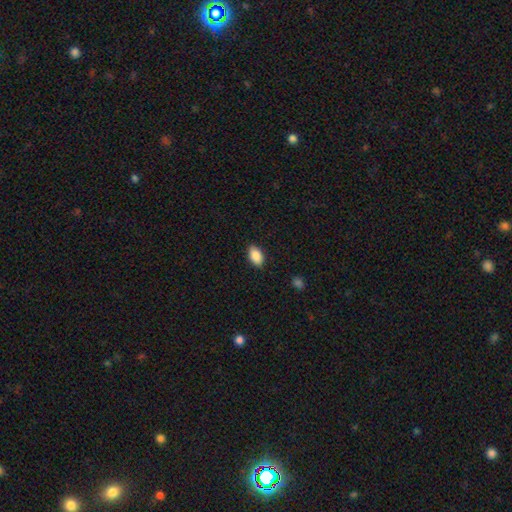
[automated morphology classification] Q: Smooth or featured?
A: smooth (89%); runner-up: star or artifact (7%)
Q: How rounded?
A: in between (92%); runner-up: round (6%)
Q: Merging?
A: none (87%); runner-up: minor disturbance (10%)